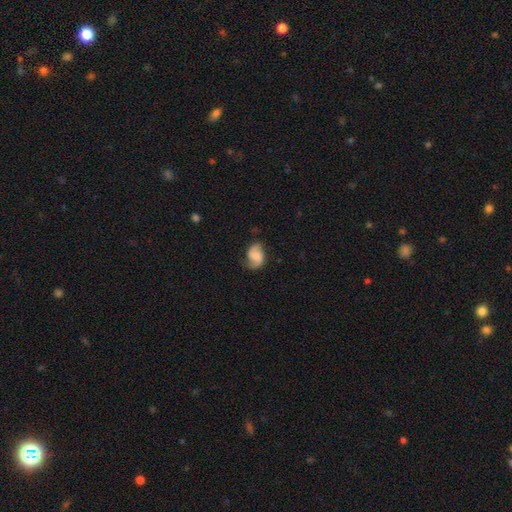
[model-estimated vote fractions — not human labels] smooth_or_featured: featured or disk (p=0.64) [alt: smooth p=0.29]
disk_edge_on: no (p=0.97) [alt: yes p=0.03]
bar: no (p=0.51) [alt: weak p=0.40]
has_spiral_arms: yes (p=0.93) [alt: no p=0.07]
spiral_winding: medium (p=0.43) [alt: loose p=0.39]
spiral_arm_count: 2 (p=0.83) [alt: 1 p=0.09]
bulge_size: small (p=0.34) [alt: moderate p=0.31]
merging: none (p=0.66) [alt: minor disturbance p=0.24]